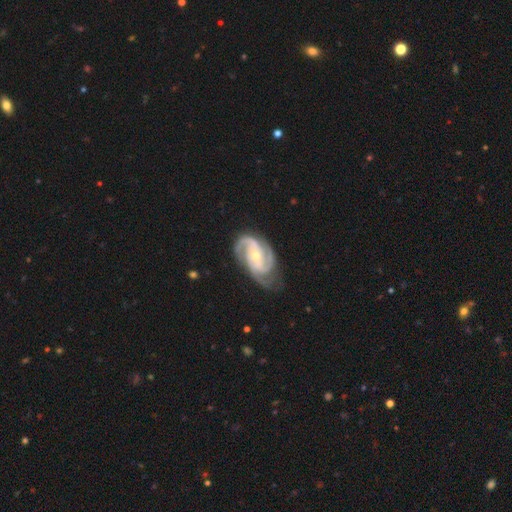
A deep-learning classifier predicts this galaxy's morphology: featured or disk 93%, smooth 4%, star or artifact 3%. Down the decision tree: edge-on disk — no (98%); bar — no (51%); spiral arms — yes (99%); spiral arm count — 3 (54%); spiral winding — tight (50%); bulge size — small (55%); merging — none (70%).